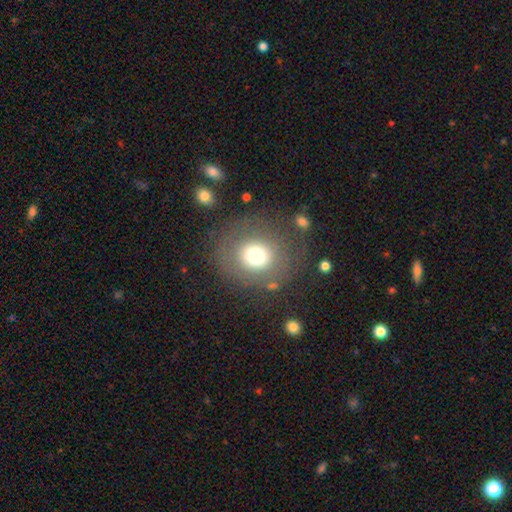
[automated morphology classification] Smooth or featured? Predicted: smooth (p=0.68). How rounded? Predicted: round (p=0.84). Merging? Predicted: none (p=0.74).